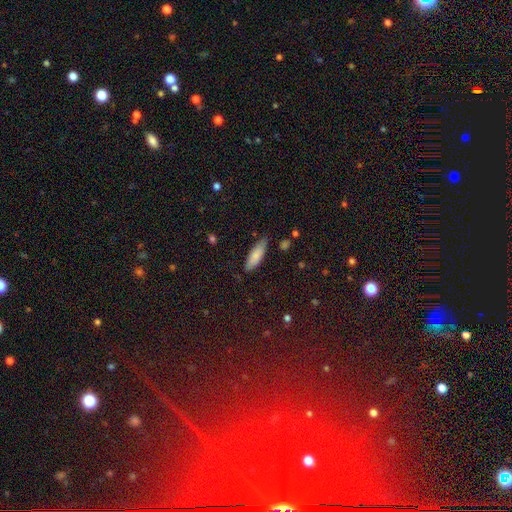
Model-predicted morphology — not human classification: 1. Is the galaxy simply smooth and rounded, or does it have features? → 81% smooth, 12% featured or disk, 6% star or artifact.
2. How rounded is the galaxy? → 52% in between, 46% cigar-shaped, 2% round.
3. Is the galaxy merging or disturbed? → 79% none, 17% minor disturbance, 3% major disturbance, 2% merger.